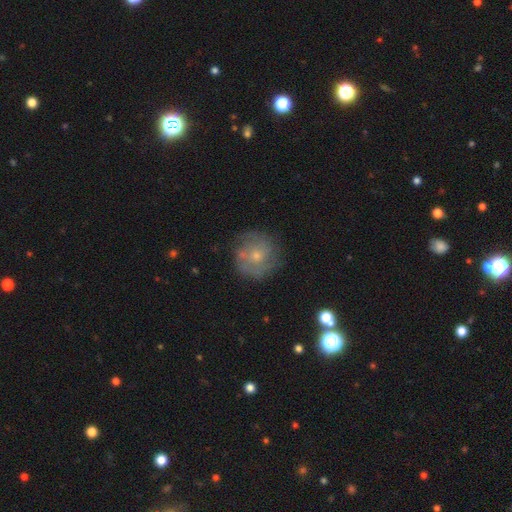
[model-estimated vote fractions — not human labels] Smooth or featured? featured or disk (54%)
Edge-on disk? no (97%)
Bar? no (81%)
Spiral arms? yes (67%)
Bulge size? small (59%)
Merging? none (74%)